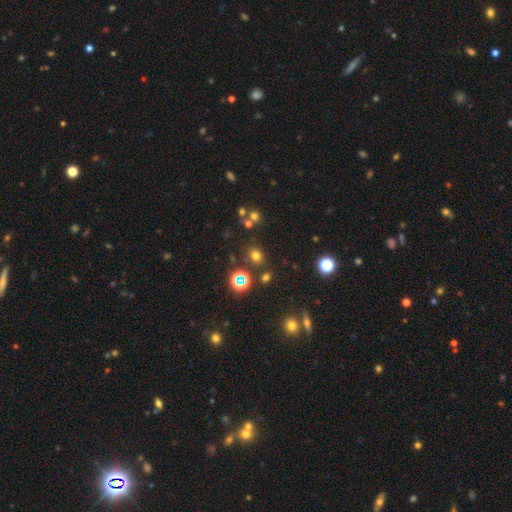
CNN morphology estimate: Smooth or featured? smooth (66%)
How rounded? round (58%)
Merging? none (80%)